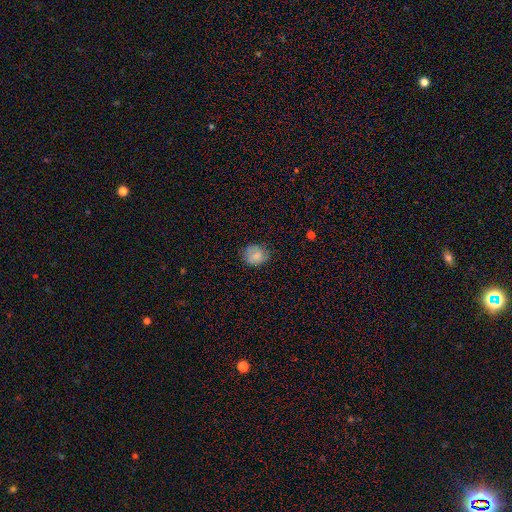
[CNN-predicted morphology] Smooth or featured? Predicted: smooth (p=0.74). How rounded? Predicted: round (p=0.65). Merging? Predicted: none (p=0.69).